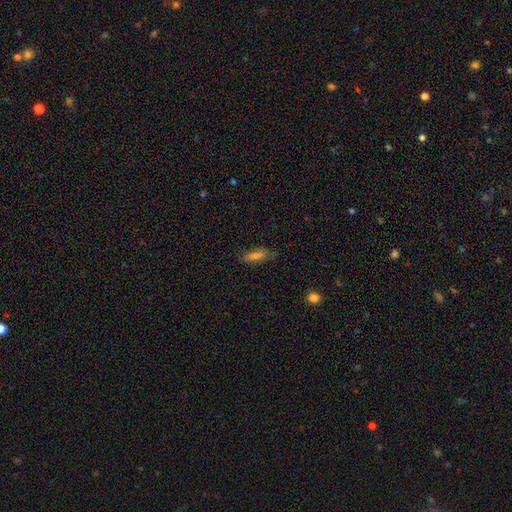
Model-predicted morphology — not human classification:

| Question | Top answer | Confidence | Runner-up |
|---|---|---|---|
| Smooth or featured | smooth | 64% | featured or disk (23%) |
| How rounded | cigar-shaped | 50% | in between (47%) |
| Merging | none | 78% | minor disturbance (16%) |